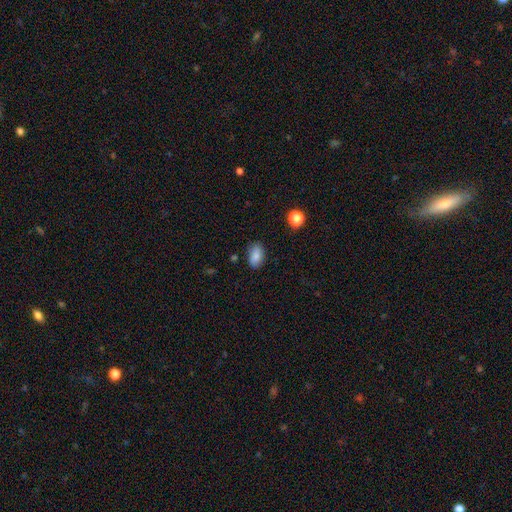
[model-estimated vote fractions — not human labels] This appears to be a smooth galaxy with no disk features (85%) that is in between round and cigar-shaped (91%). Merging: none (83%).